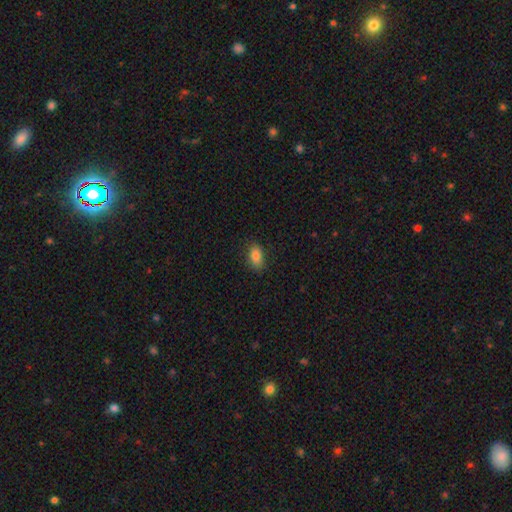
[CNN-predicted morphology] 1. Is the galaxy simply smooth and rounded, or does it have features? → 84% smooth, 9% star or artifact, 7% featured or disk.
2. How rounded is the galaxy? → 89% in between, 8% round, 2% cigar-shaped.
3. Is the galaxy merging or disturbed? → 84% none, 12% minor disturbance, 3% major disturbance, 1% merger.